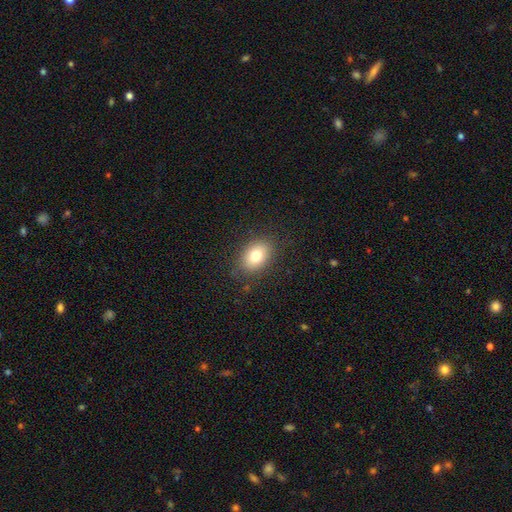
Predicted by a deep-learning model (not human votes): A smooth galaxy with no disk features (78%) that is in between round and cigar-shaped (74%).

Vote fractions:
- Smooth or featured? smooth: 78% / featured or disk: 12% / star or artifact: 10%
- How rounded? in between: 74% / round: 25% / cigar-shaped: 1%
- Merging? none: 85% / minor disturbance: 10% / major disturbance: 3% / merger: 1%